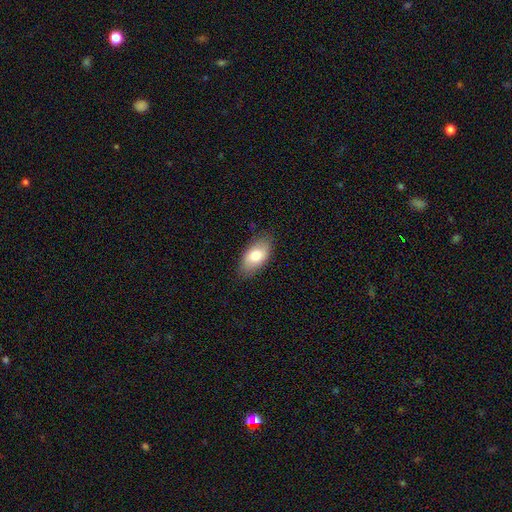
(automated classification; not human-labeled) This appears to be a smooth galaxy with no disk features (77%) that is in between round and cigar-shaped (93%). Merging: none (83%).